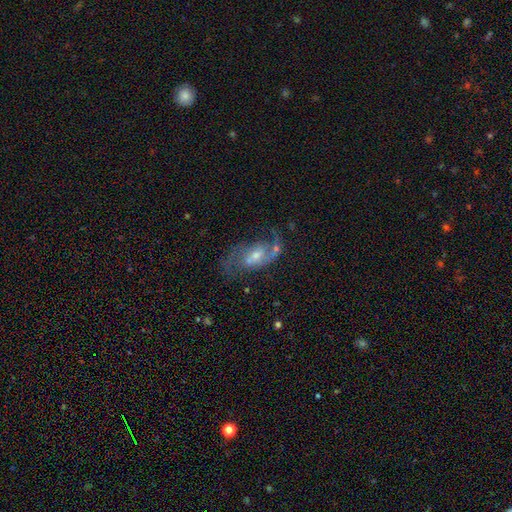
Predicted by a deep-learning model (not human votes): Morphology: type=featured or disk (83%); edge-on=no (96%); bar=weak (48%); spiral arms=yes (93%); winding=medium (47%); arm count=2 (82%); bulge=moderate (49%); merging=none (57%).